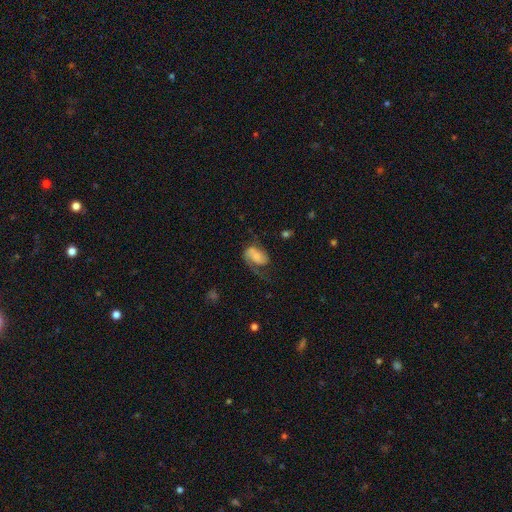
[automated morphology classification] This appears to be a featured or disk galaxy (56%) with no bar (57%), spiral arms (88%) and no central bulge (41%). Merging: major disturbance (38%).